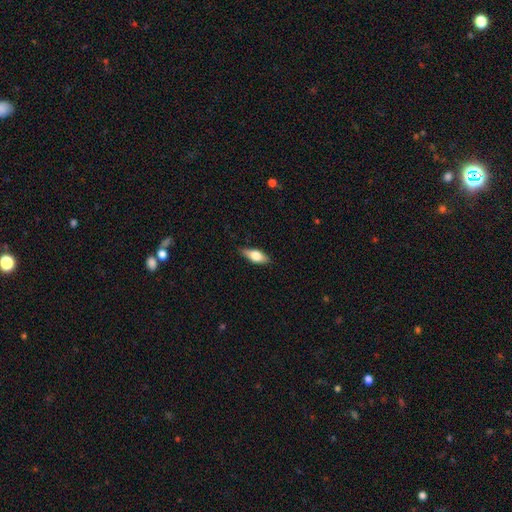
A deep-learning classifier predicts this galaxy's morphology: type=smooth (58%); roundness=in between (73%); merging=none (84%).